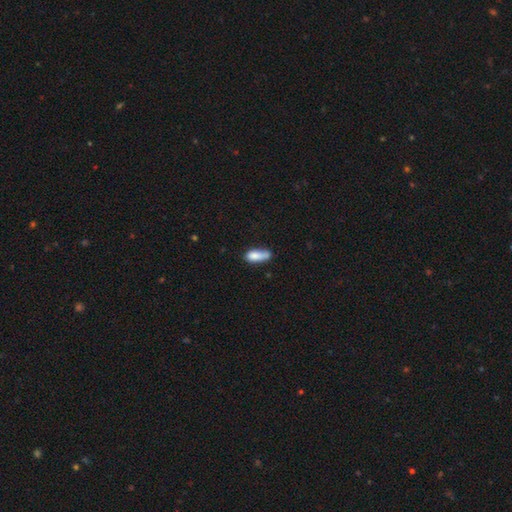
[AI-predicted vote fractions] Smooth or featured? Predicted: smooth (p=0.81). How rounded? Predicted: in between (p=0.69). Merging? Predicted: none (p=0.47).